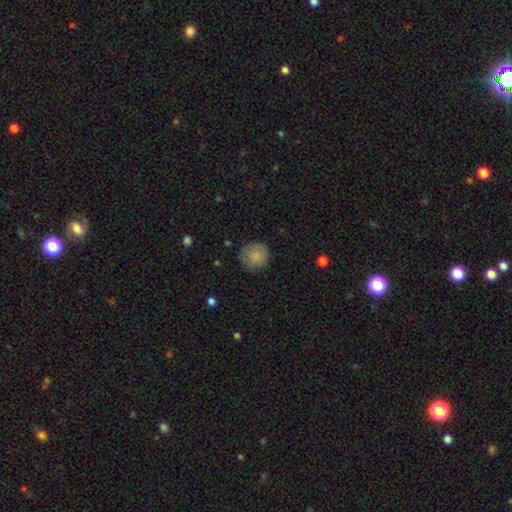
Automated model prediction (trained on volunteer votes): Q: Smooth or featured?
A: smooth (84%); runner-up: star or artifact (8%)
Q: How rounded?
A: round (92%); runner-up: in between (7%)
Q: Merging?
A: none (81%); runner-up: minor disturbance (15%)